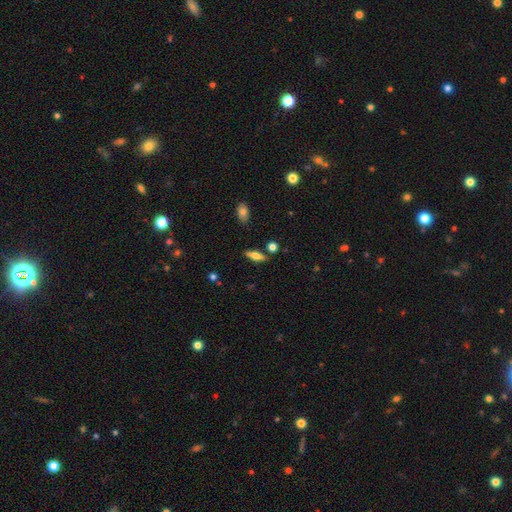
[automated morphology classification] This is possibly a smooth galaxy (56%). How rounded: possibly in between (50%). Merging: clearly none (83%).